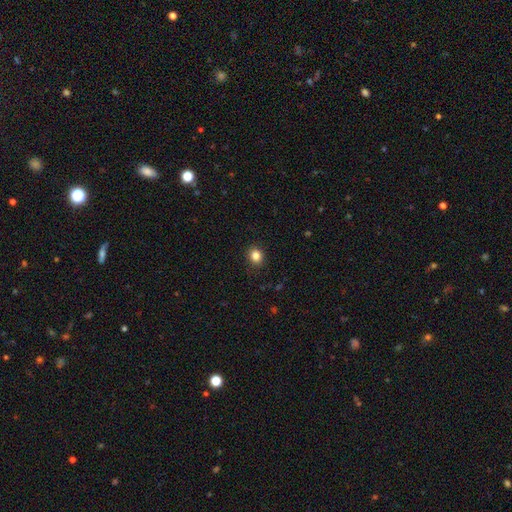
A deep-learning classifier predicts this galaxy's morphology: Smooth or featured? smooth (83%)
How rounded? round (71%)
Merging? none (89%)